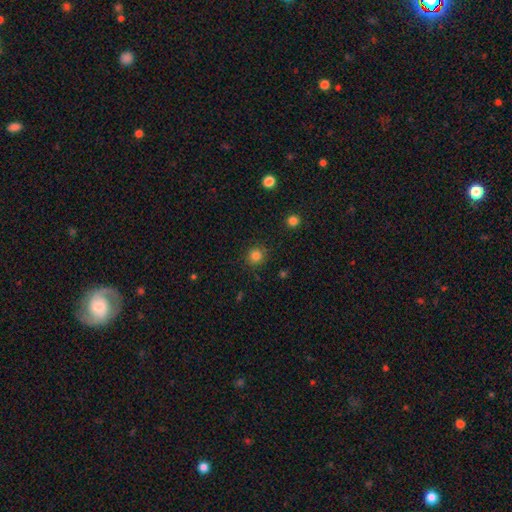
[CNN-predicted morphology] smooth-or-featured: smooth: 83% | star or artifact: 13% | featured or disk: 4%
  how-rounded: round: 91% | in between: 8% | cigar-shaped: 1%
  merging: none: 88% | minor disturbance: 8% | major disturbance: 3% | merger: 1%